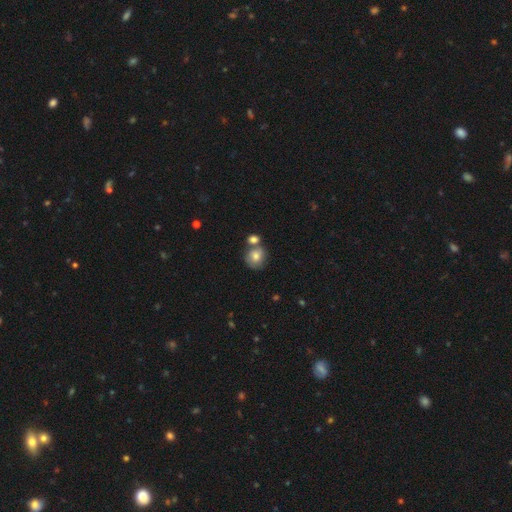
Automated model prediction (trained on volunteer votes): smooth 78%, featured or disk 13%, star or artifact 9%. Down the decision tree: how rounded — round (82%); merging — none (50%).